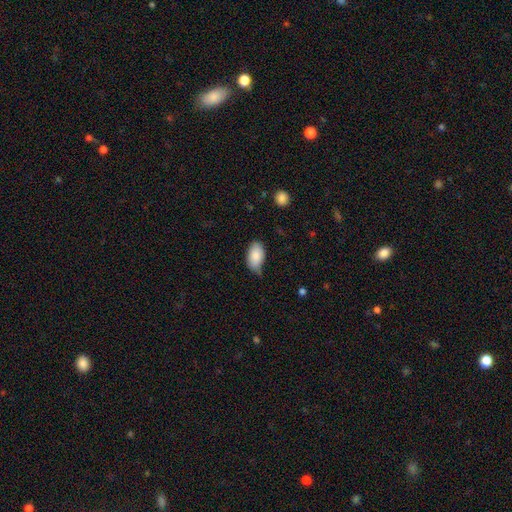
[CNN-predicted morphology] smooth_or_featured: smooth (p=0.87) [alt: star or artifact p=0.07]
how_rounded: in between (p=0.94) [alt: round p=0.05]
merging: none (p=0.58) [alt: minor disturbance p=0.34]